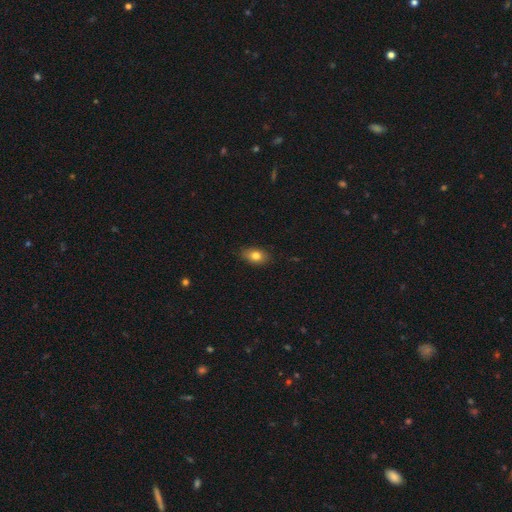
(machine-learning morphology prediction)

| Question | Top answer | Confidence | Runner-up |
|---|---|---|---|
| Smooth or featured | smooth | 80% | featured or disk (11%) |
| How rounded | in between | 84% | round (14%) |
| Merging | none | 84% | minor disturbance (13%) |